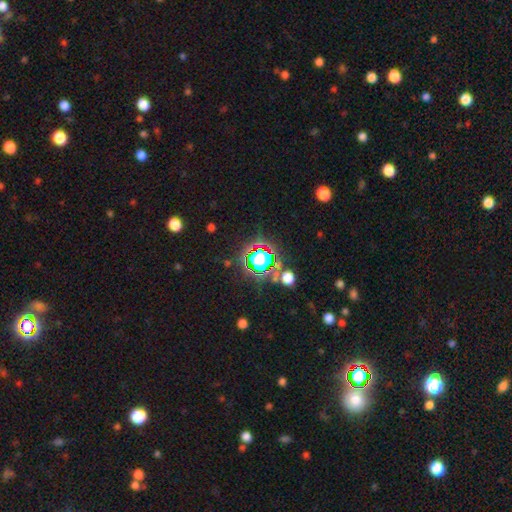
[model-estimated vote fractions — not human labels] smooth_or_featured: star or artifact (p=0.62) [alt: smooth p=0.26]